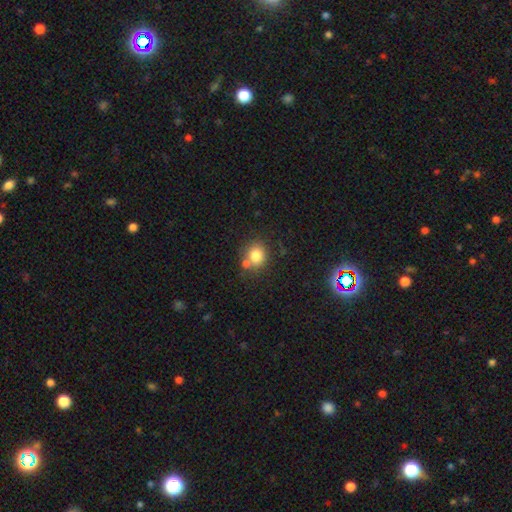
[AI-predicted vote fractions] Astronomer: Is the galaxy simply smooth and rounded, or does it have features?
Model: smooth — 80%.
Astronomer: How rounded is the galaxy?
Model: round — 79%.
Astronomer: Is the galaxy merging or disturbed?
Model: none — 65%.